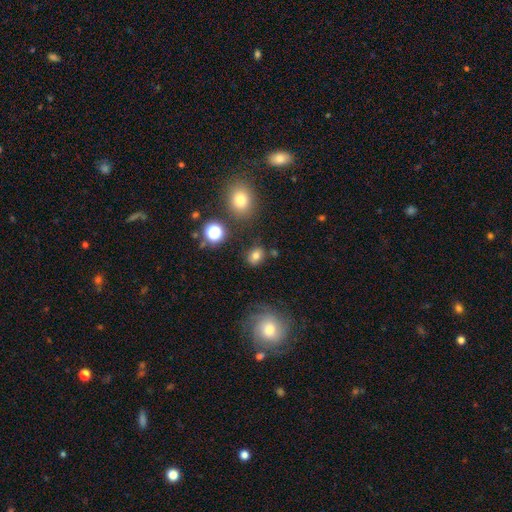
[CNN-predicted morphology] Overall: smooth (75%). How rounded: in between (50%; round 48%). Merging: none (79%).